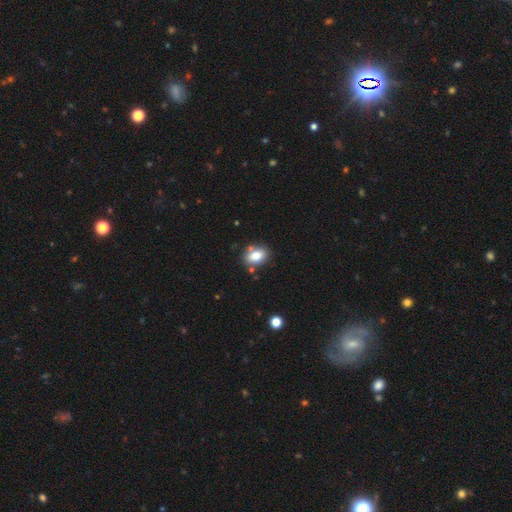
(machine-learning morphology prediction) Q: Smooth or featured?
A: smooth (81%); runner-up: featured or disk (10%)
Q: How rounded?
A: in between (75%); runner-up: round (24%)
Q: Merging?
A: none (73%); runner-up: minor disturbance (15%)